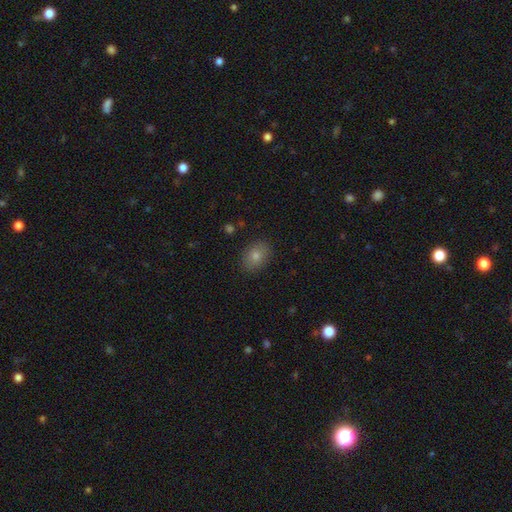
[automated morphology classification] A smooth galaxy with no disk features (76%) that is in between round and cigar-shaped (63%).

Vote fractions:
- Smooth or featured? smooth: 76% / star or artifact: 14% / featured or disk: 10%
- How rounded? in between: 63% / round: 36% / cigar-shaped: 1%
- Merging? none: 89% / minor disturbance: 8% / major disturbance: 2% / merger: 1%